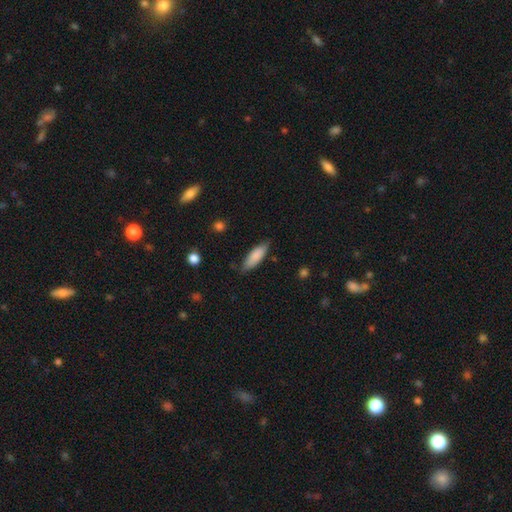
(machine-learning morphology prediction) A smooth galaxy with no disk features (85%) that is in between round and cigar-shaped (56%).

Vote fractions:
- Smooth or featured? smooth: 85% / featured or disk: 10% / star or artifact: 6%
- How rounded? in between: 56% / cigar-shaped: 42% / round: 2%
- Merging? none: 78% / minor disturbance: 17% / major disturbance: 3% / merger: 2%